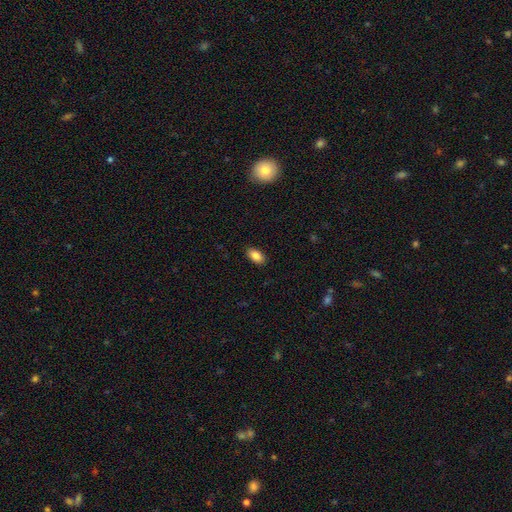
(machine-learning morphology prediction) A smooth galaxy with no disk features (86%) that is in between round and cigar-shaped (92%).

Vote fractions:
- Smooth or featured? smooth: 86% / star or artifact: 8% / featured or disk: 6%
- How rounded? in between: 92% / round: 5% / cigar-shaped: 2%
- Merging? none: 88% / minor disturbance: 9% / major disturbance: 2% / merger: 1%